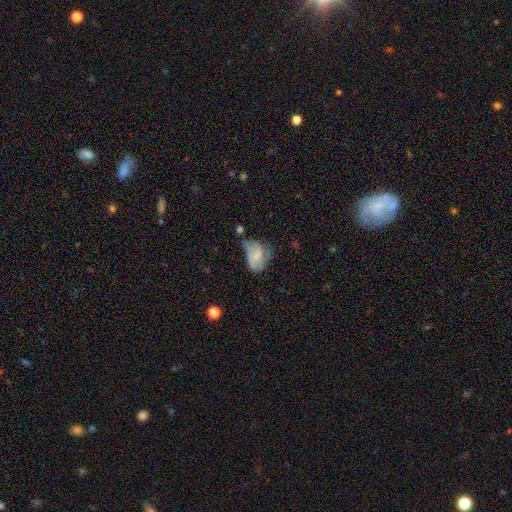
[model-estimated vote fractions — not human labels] The model was most divided on "merging": minor disturbance: 35%, major disturbance: 32%, none: 26%, merger: 8%. More confident: how rounded — in between (82%); smooth or featured — smooth (55%).